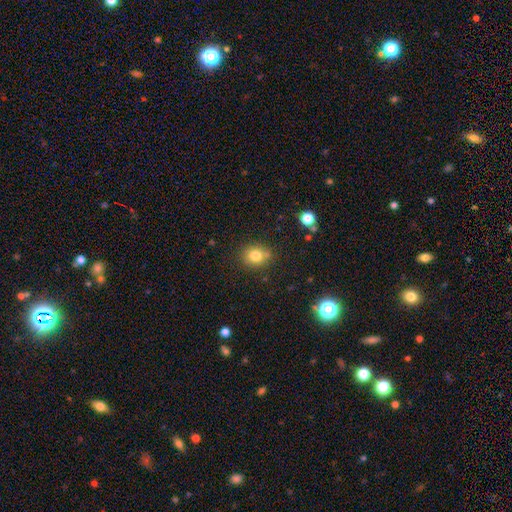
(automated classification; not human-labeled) Morphology: type=smooth (79%); roundness=round (74%); merging=none (77%).